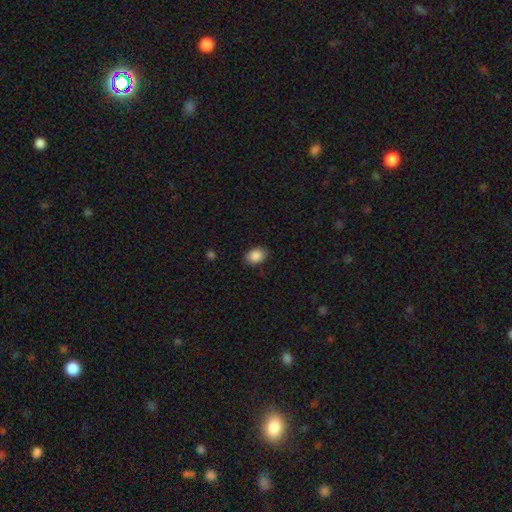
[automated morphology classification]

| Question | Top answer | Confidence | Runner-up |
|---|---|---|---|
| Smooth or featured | smooth | 88% | star or artifact (8%) |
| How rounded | in between | 74% | round (25%) |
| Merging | none | 87% | minor disturbance (10%) |